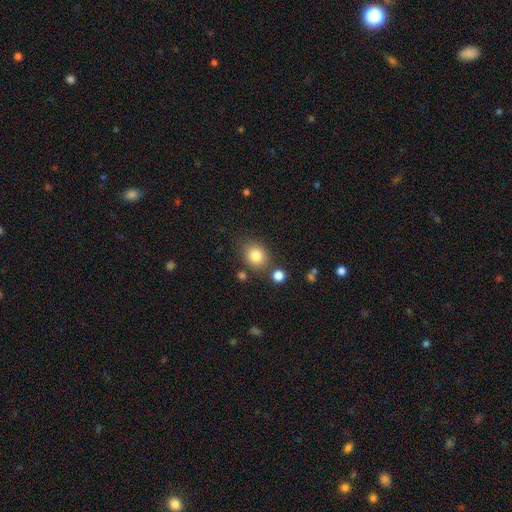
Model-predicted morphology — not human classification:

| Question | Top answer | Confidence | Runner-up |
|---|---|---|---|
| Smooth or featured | smooth | 82% | star or artifact (10%) |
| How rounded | round | 59% | in between (40%) |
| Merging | none | 75% | minor disturbance (13%) |